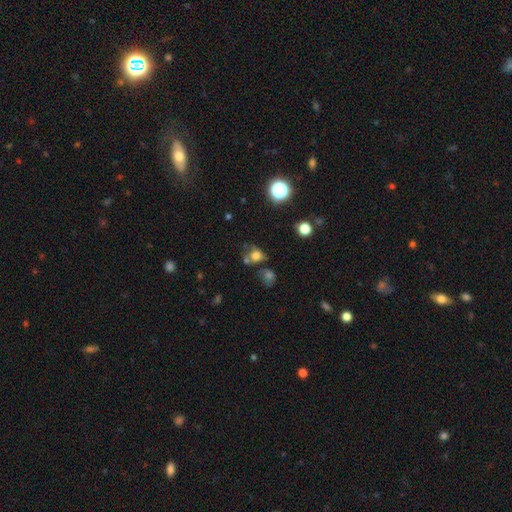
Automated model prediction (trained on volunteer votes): Morphology: type=smooth (65%); roundness=round (61%); merging=none (44%).